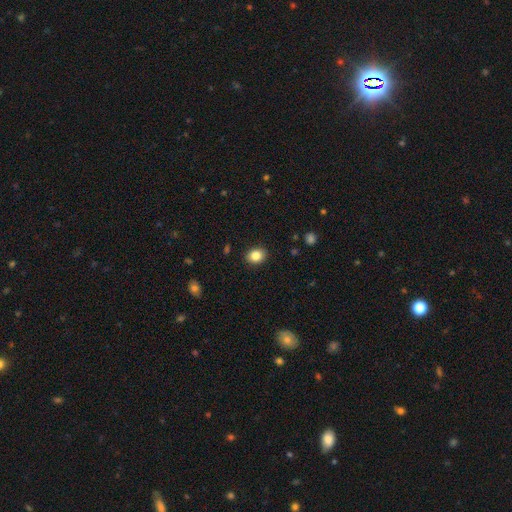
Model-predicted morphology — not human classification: smooth_or_featured: smooth (p=0.85) [alt: star or artifact p=0.09]
how_rounded: round (p=0.53) [alt: in between p=0.46]
merging: none (p=0.90) [alt: minor disturbance p=0.07]